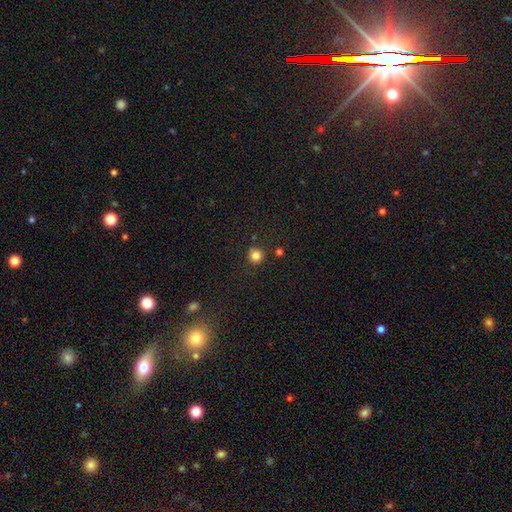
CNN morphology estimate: Smooth or featured? Predicted: smooth (p=0.83). How rounded? Predicted: round (p=0.94). Merging? Predicted: none (p=0.88).